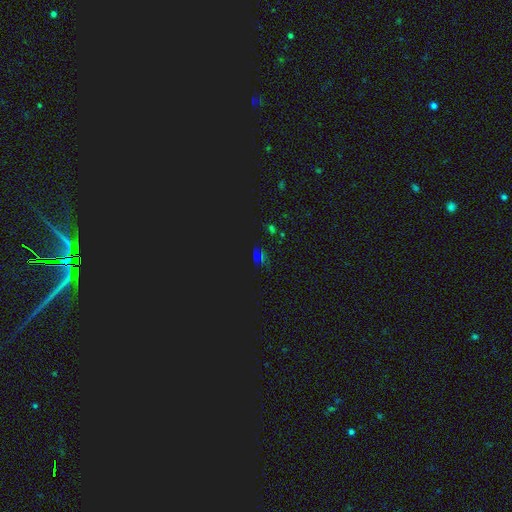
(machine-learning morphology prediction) star or artifact 70%, smooth 21%, featured or disk 9%.